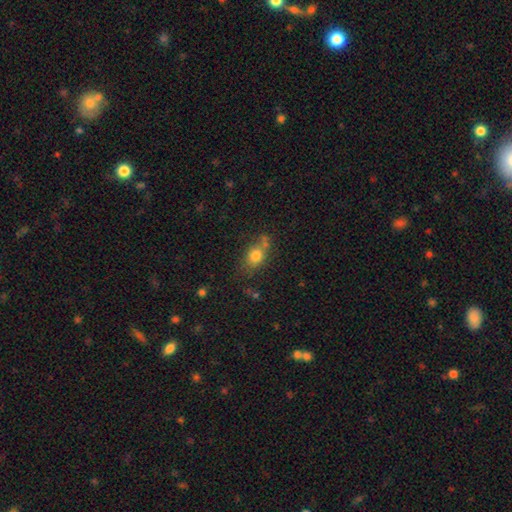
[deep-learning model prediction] Smooth or featured? Predicted: smooth (p=0.77). How rounded? Predicted: in between (p=0.53). Merging? Predicted: none (p=0.60).